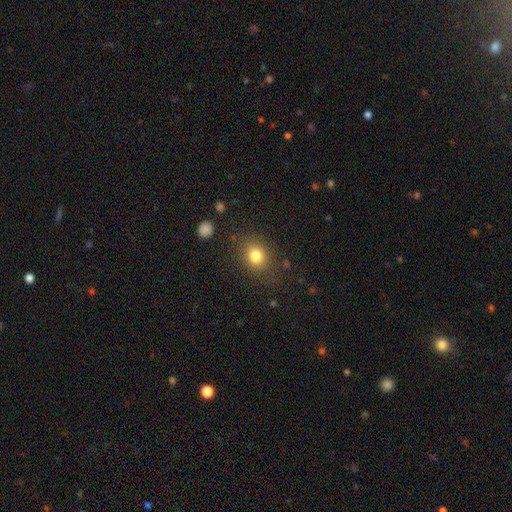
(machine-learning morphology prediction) Smooth or featured: smooth — 81% (star or artifact — 12%)
How rounded: round — 67% (in between — 32%)
Merging: none — 82% (minor disturbance — 11%)